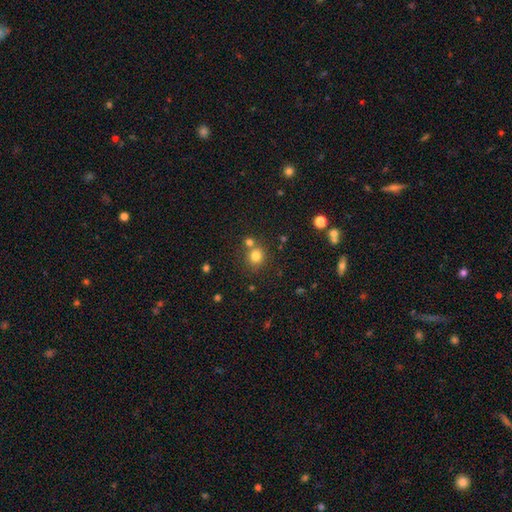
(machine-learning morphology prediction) Smooth or featured? smooth (78%)
How rounded? round (85%)
Merging? none (65%)